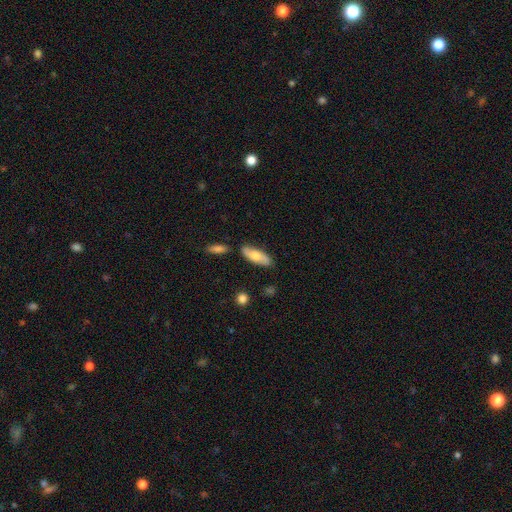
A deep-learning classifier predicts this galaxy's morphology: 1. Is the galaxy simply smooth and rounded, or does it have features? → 69% smooth, 25% featured or disk, 6% star or artifact.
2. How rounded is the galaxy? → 68% in between, 30% cigar-shaped, 2% round.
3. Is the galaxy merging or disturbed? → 80% none, 13% minor disturbance, 4% merger, 3% major disturbance.